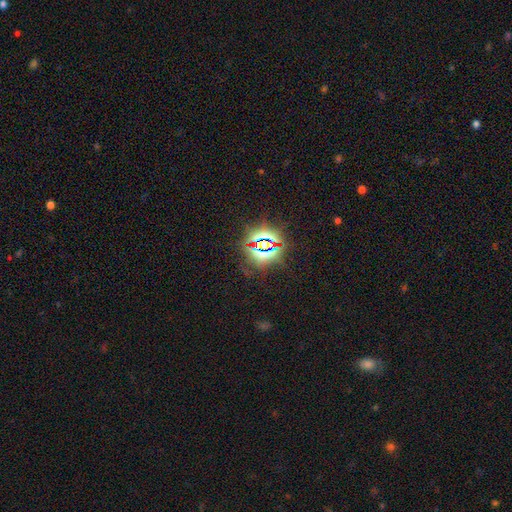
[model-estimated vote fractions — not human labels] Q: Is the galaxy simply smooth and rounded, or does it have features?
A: star or artifact — 79%.